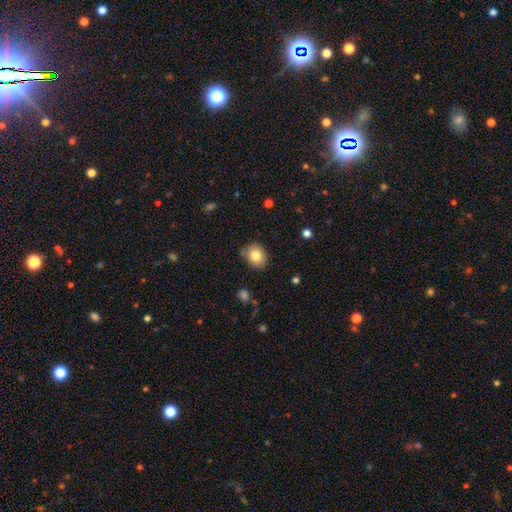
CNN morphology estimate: A smooth galaxy with no disk features (80%) that is round (52%).

Vote fractions:
- Smooth or featured? smooth: 80% / featured or disk: 10% / star or artifact: 9%
- How rounded? round: 52% / in between: 47% / cigar-shaped: 1%
- Merging? none: 77% / minor disturbance: 18% / major disturbance: 3% / merger: 2%